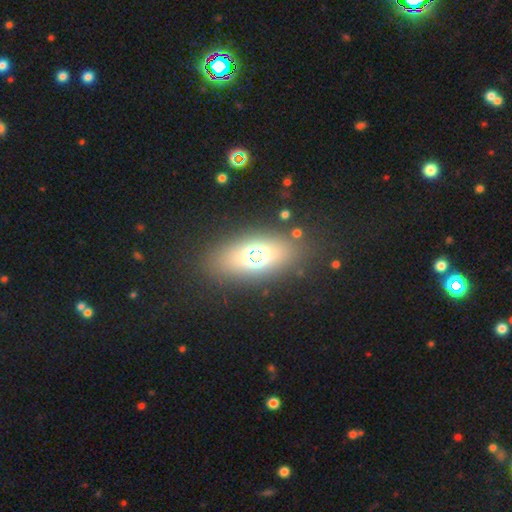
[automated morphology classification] Smooth or featured? smooth (56%)
How rounded? in between (79%)
Merging? none (83%)